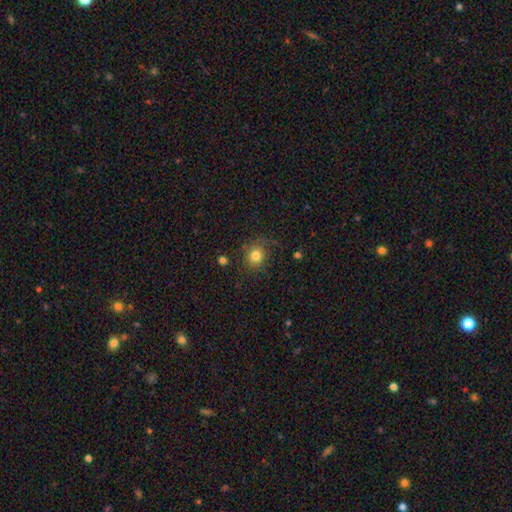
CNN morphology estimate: Q: Smooth or featured?
A: smooth (81%); runner-up: star or artifact (12%)
Q: How rounded?
A: round (80%); runner-up: in between (20%)
Q: Merging?
A: none (80%); runner-up: minor disturbance (13%)